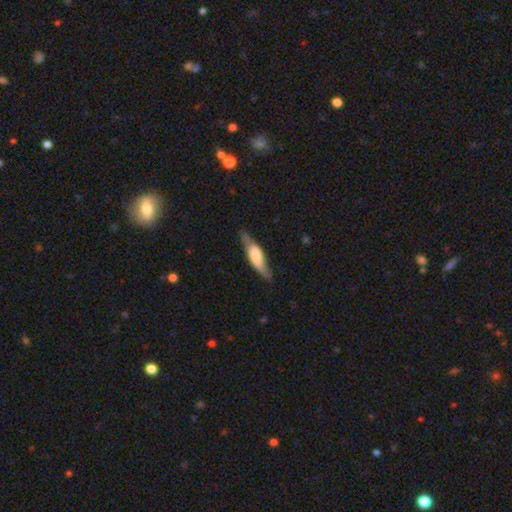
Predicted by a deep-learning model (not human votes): Smooth or featured?
  - smooth: 49% *
  - featured or disk: 45%
  - star or artifact: 6%
Merging?
  - none: 70% *
  - minor disturbance: 22%
  - major disturbance: 6%
  - merger: 2%